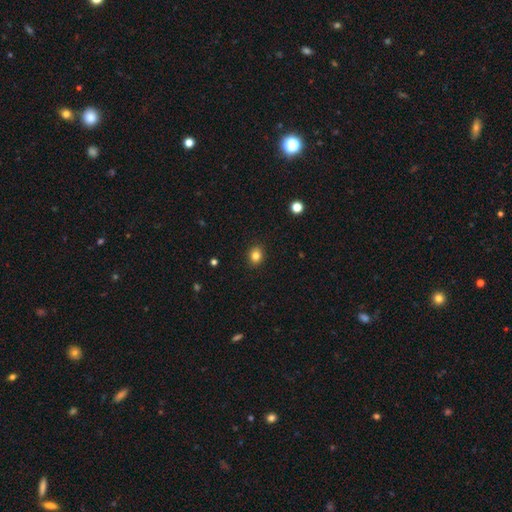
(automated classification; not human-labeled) The model was most divided on "how rounded": round: 63%, in between: 36%, cigar-shaped: 1%. More confident: merging — none (91%); smooth or featured — smooth (83%).